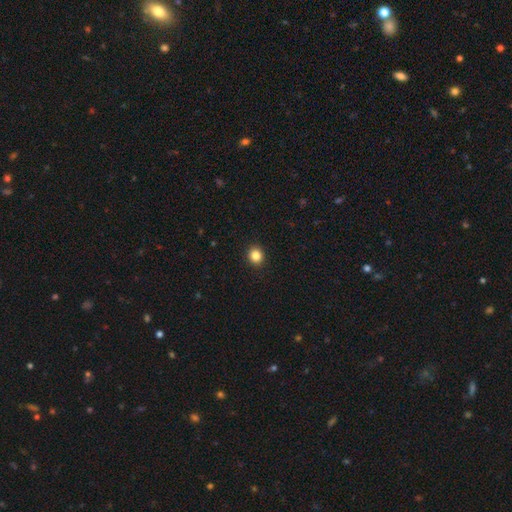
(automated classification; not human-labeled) A smooth galaxy with no disk features (85%) that is round (83%). Merging: none (92%).